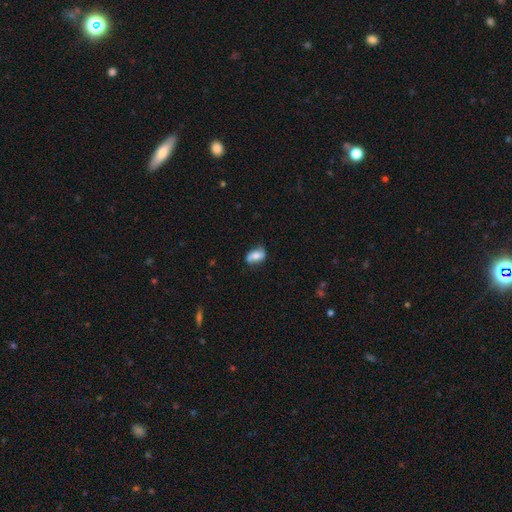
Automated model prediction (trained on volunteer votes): Smooth or featured? smooth (51%)
How rounded? in between (86%)
Merging? none (68%)